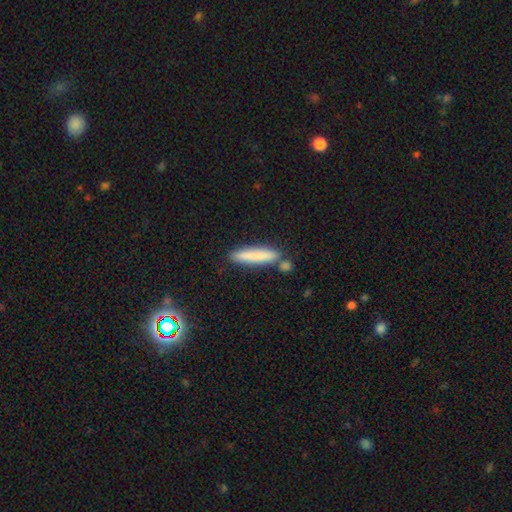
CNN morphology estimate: A smooth galaxy with no disk features (80%) that is cigar-shaped (89%). Merging: none (76%).